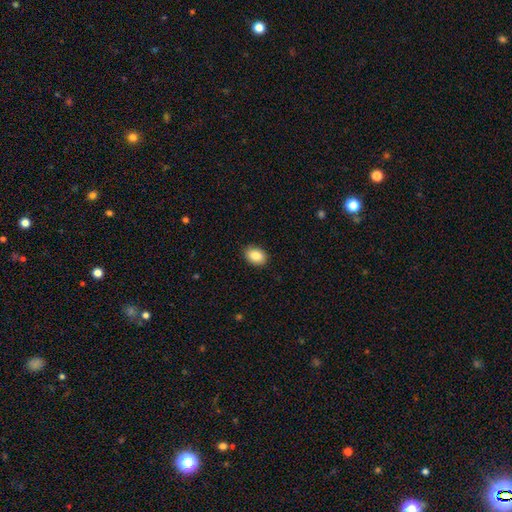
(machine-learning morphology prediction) type=smooth (87%); roundness=in between (79%); merging=none (89%).